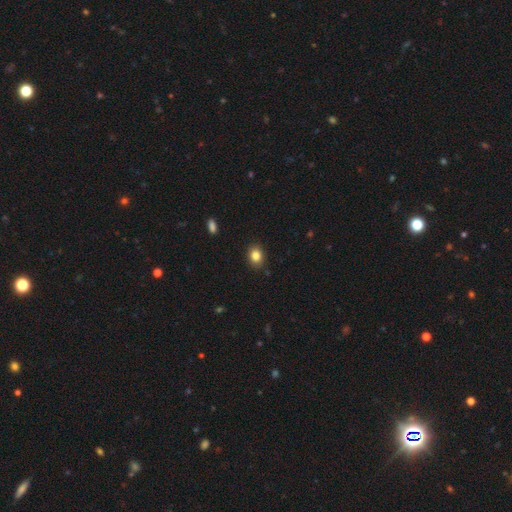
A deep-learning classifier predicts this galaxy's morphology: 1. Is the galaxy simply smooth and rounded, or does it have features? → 84% smooth, 10% star or artifact, 6% featured or disk.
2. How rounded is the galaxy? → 57% in between, 42% round, 1% cigar-shaped.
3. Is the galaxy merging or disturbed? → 88% none, 9% minor disturbance, 2% major disturbance, 1% merger.